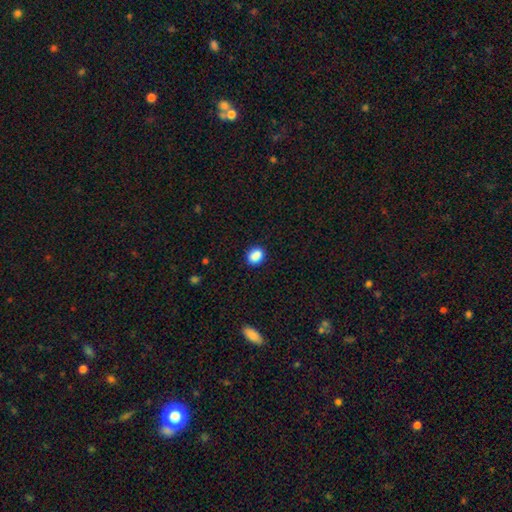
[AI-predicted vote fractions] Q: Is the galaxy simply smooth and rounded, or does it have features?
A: smooth — 87%.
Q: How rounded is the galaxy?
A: round — 52%.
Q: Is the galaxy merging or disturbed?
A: none — 84%.